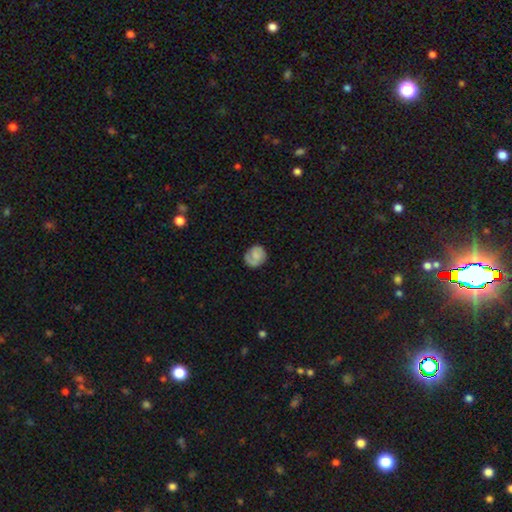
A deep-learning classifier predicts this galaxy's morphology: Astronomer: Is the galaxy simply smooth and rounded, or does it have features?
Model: smooth — 54% (runner-up: featured or disk, 39%).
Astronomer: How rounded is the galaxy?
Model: round — 77%.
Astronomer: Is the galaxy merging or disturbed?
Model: none — 75%.